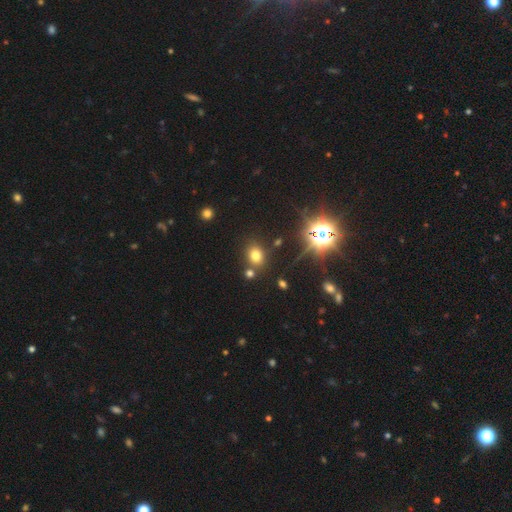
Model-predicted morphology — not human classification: This appears to be a smooth galaxy with no disk features (70%) that is round (56%). Merging: none (78%).